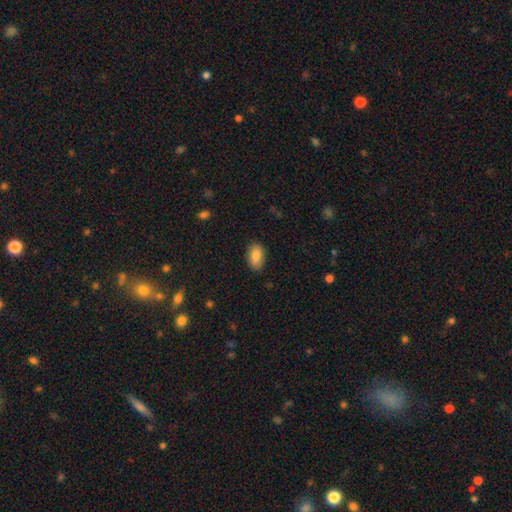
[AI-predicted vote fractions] This is clearly a smooth galaxy (84%). How rounded: clearly in between (93%). Merging: clearly none (86%).